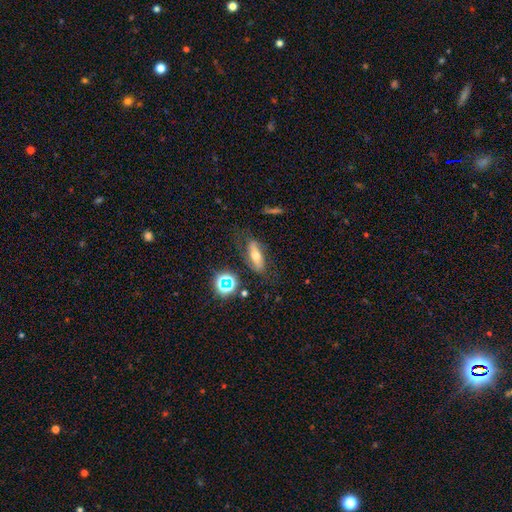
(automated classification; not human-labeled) smooth_or_featured: featured or disk (p=0.45) [alt: smooth p=0.41]
merging: none (p=0.65) [alt: minor disturbance p=0.21]